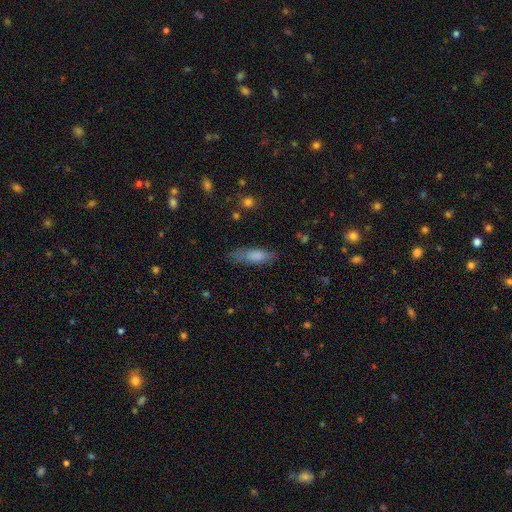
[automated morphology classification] smooth-or-featured: smooth: 79% | featured or disk: 14% | star or artifact: 7%
  how-rounded: in between: 54% | cigar-shaped: 44% | round: 2%
  merging: none: 69% | minor disturbance: 22% | major disturbance: 7% | merger: 2%